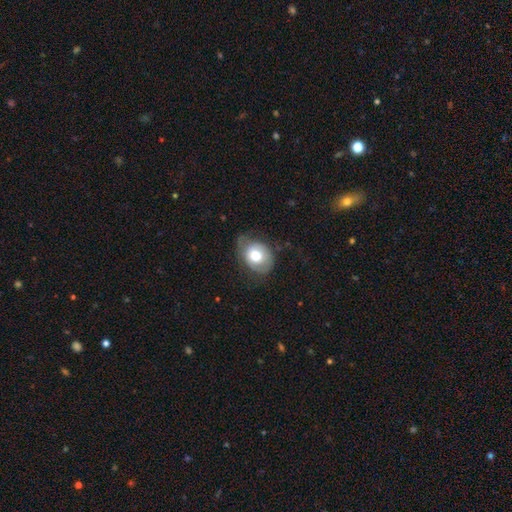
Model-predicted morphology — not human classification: Q: Smooth or featured?
A: smooth (64%); runner-up: featured or disk (28%)
Q: How rounded?
A: in between (51%); runner-up: round (48%)
Q: Merging?
A: none (53%); runner-up: minor disturbance (32%)